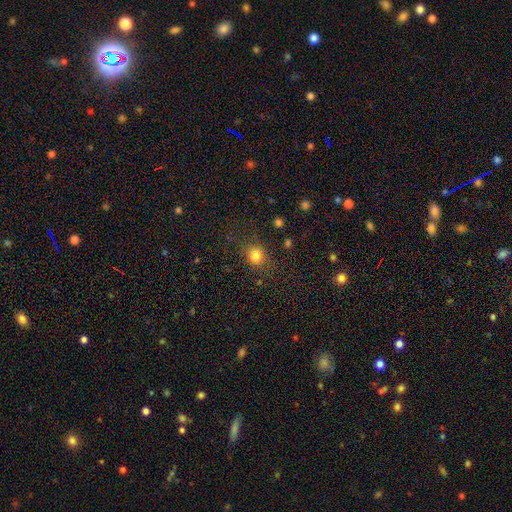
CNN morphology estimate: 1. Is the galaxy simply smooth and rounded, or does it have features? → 80% smooth, 13% star or artifact, 7% featured or disk.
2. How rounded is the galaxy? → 79% round, 20% in between, 1% cigar-shaped.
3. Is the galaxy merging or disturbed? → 79% none, 13% minor disturbance, 6% major disturbance, 2% merger.